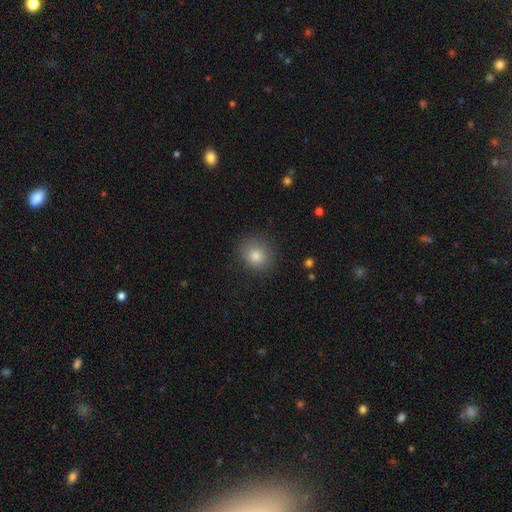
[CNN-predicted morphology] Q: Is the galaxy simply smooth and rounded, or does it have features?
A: smooth — 82%.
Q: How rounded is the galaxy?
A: round — 80%.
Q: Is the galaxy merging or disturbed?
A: none — 87%.